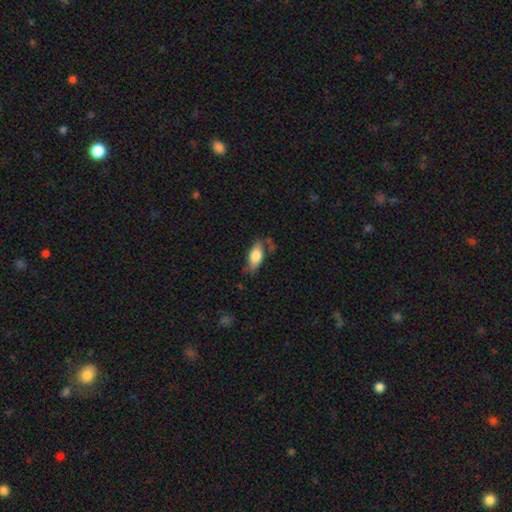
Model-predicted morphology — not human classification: A smooth galaxy with no disk features (70%) that is in between round and cigar-shaped (83%). Merging: none (64%).